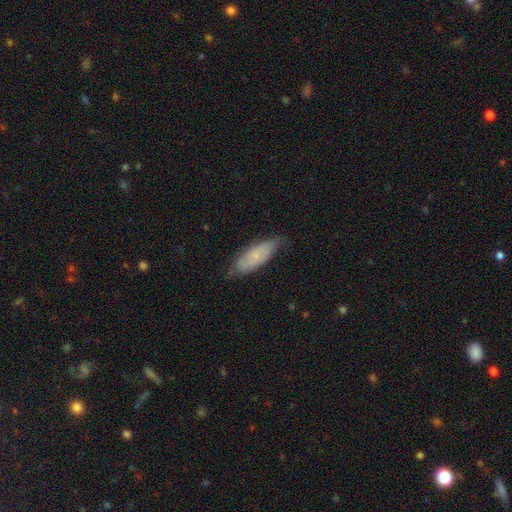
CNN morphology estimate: smooth 57%, featured or disk 36%, star or artifact 7%. Down the decision tree: how rounded — in between (67%); merging — none (62%).